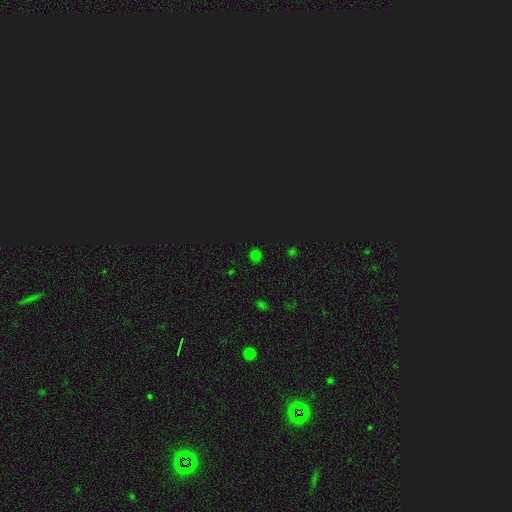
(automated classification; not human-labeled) smooth_or_featured: smooth (p=0.67) [alt: star or artifact p=0.29]
how_rounded: round (p=0.88) [alt: in between p=0.11]
merging: none (p=0.90) [alt: minor disturbance p=0.07]